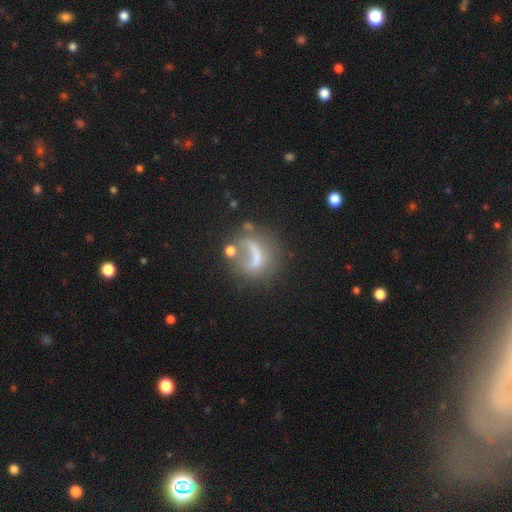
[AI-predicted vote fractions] Smooth or featured? Predicted: featured or disk (p=0.46). Merging? Predicted: none (p=0.41).